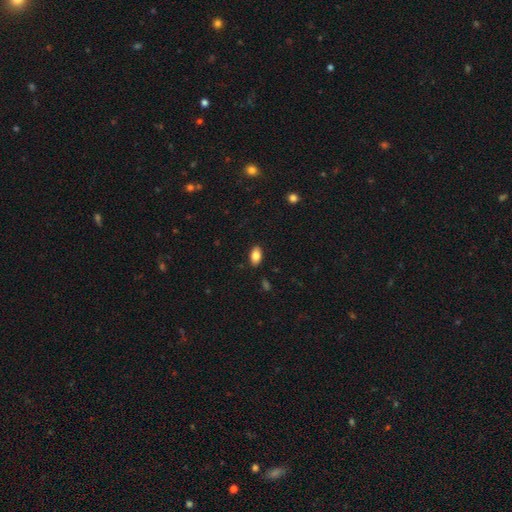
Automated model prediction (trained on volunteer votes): A smooth galaxy with no disk features (83%) that is in between round and cigar-shaped (92%).

Vote fractions:
- Smooth or featured? smooth: 83% / featured or disk: 9% / star or artifact: 8%
- How rounded? in between: 92% / round: 5% / cigar-shaped: 3%
- Merging? none: 88% / minor disturbance: 9% / major disturbance: 2% / merger: 1%